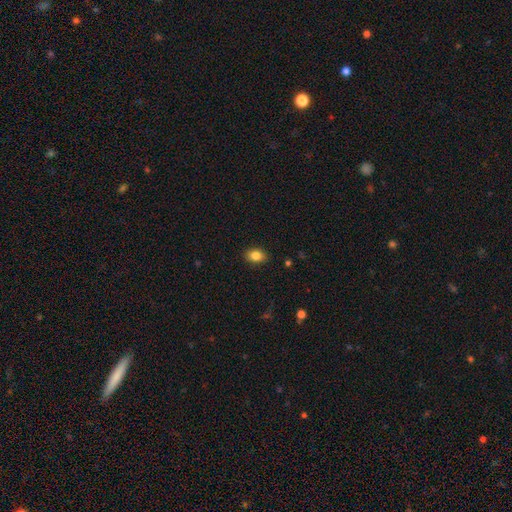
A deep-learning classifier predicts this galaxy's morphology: Smooth or featured: smooth — 85% (star or artifact — 9%)
How rounded: in between — 77% (round — 22%)
Merging: none — 88% (minor disturbance — 9%)